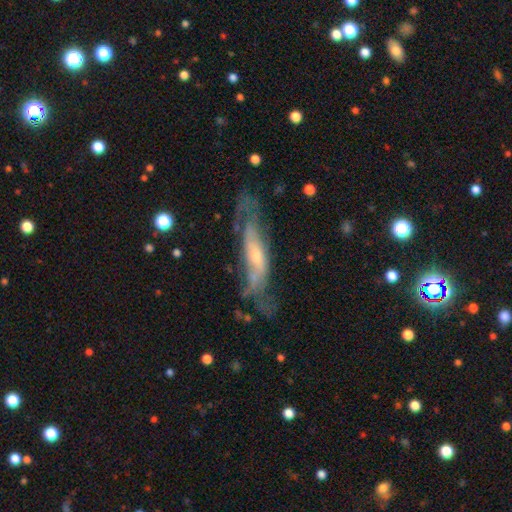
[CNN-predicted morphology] This is likely a featured or disk galaxy (69%). It is possibly not viewed edge-on (59%). Merging: possibly none (51%).